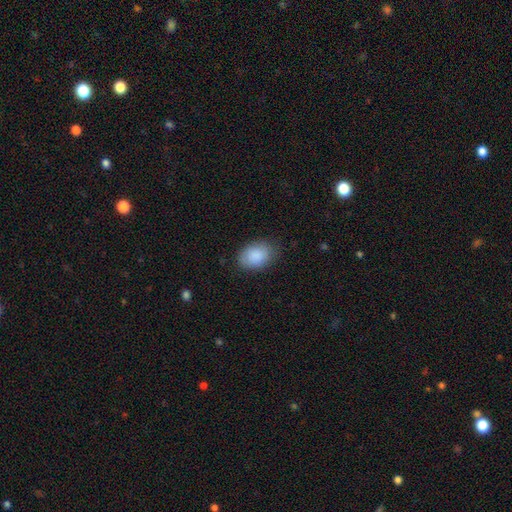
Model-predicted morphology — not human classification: Q: Smooth or featured?
A: smooth (89%); runner-up: star or artifact (6%)
Q: How rounded?
A: in between (81%); runner-up: round (18%)
Q: Merging?
A: none (79%); runner-up: minor disturbance (16%)